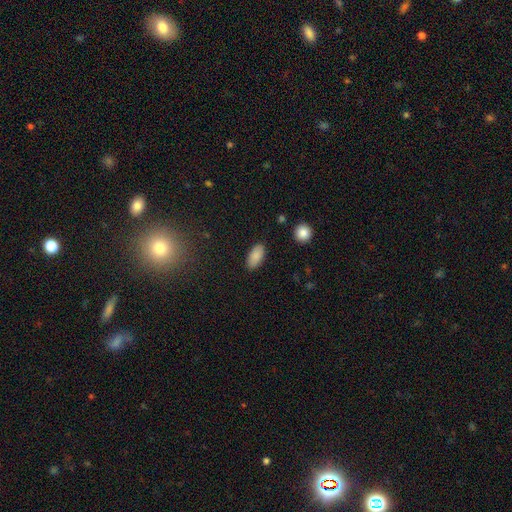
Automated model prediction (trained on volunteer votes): Morphology: type=smooth (87%); roundness=in between (93%); merging=none (87%).